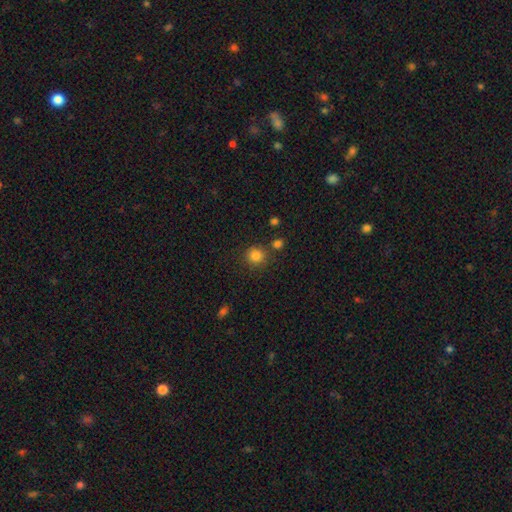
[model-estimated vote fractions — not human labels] The model was most divided on "merging": none: 80%, minor disturbance: 9%, merger: 7%, major disturbance: 3%. More confident: how rounded — round (90%); smooth or featured — smooth (83%).